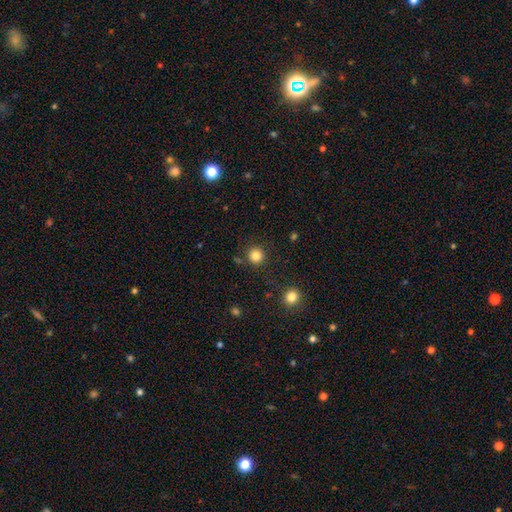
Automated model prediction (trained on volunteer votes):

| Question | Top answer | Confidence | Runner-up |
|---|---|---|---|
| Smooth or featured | smooth | 84% | star or artifact (12%) |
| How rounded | round | 94% | in between (5%) |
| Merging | none | 87% | minor disturbance (7%) |